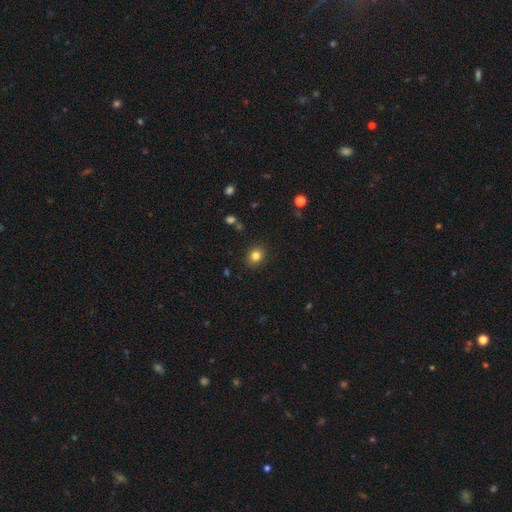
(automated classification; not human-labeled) smooth_or_featured: smooth (p=0.81) [alt: star or artifact p=0.12]
how_rounded: round (p=0.65) [alt: in between p=0.34]
merging: none (p=0.88) [alt: minor disturbance p=0.08]